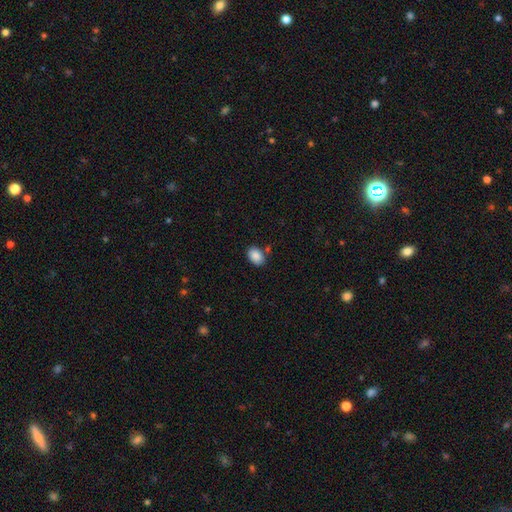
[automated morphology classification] Smooth or featured?
  - smooth: 89% *
  - star or artifact: 7%
  - featured or disk: 4%
How rounded?
  - in between: 82% *
  - round: 17%
  - cigar-shaped: 1%
Merging?
  - none: 77% *
  - minor disturbance: 13%
  - merger: 7%
  - major disturbance: 3%